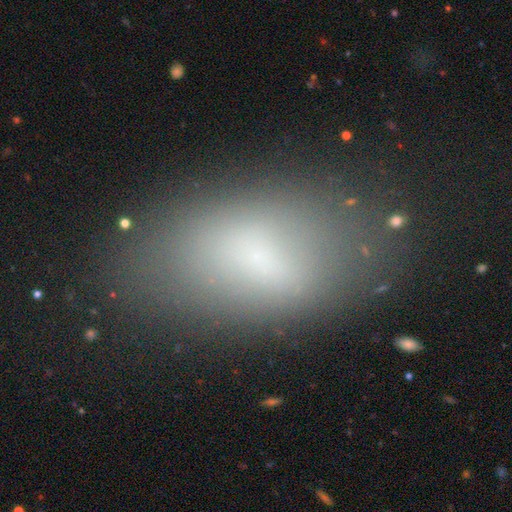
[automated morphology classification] Smooth or featured? smooth (72%)
How rounded? in between (91%)
Merging? none (74%)